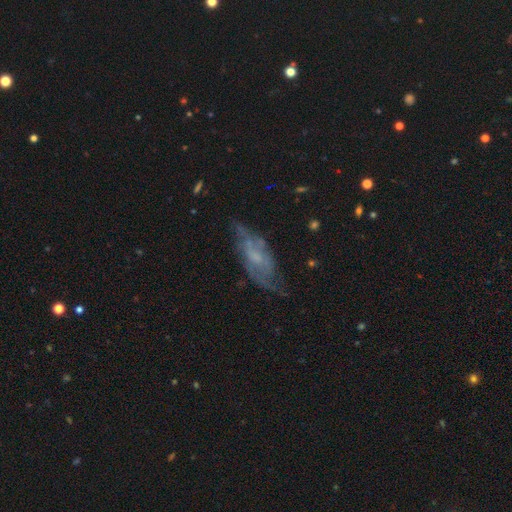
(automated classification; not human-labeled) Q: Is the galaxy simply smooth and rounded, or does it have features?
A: featured or disk — 64%.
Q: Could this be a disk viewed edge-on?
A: no — 83%.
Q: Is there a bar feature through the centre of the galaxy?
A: no — 59%.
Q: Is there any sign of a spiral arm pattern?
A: yes — 67%.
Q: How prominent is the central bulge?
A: small — 46%.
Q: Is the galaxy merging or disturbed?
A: none — 55%.